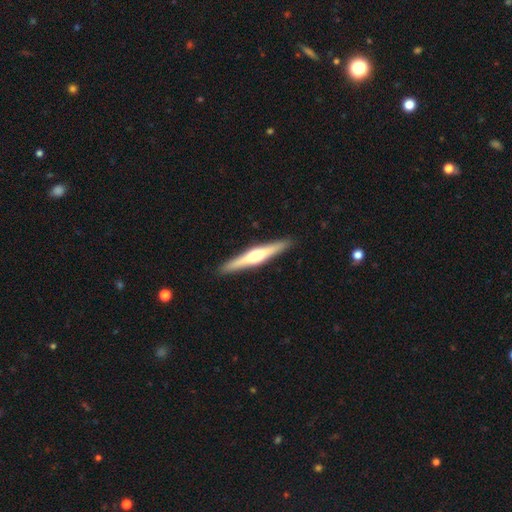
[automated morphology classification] featured or disk 66%, smooth 29%, star or artifact 5%. Down the decision tree: edge-on disk — yes (98%); edge-on bulge — rounded (88%); merging — none (92%).